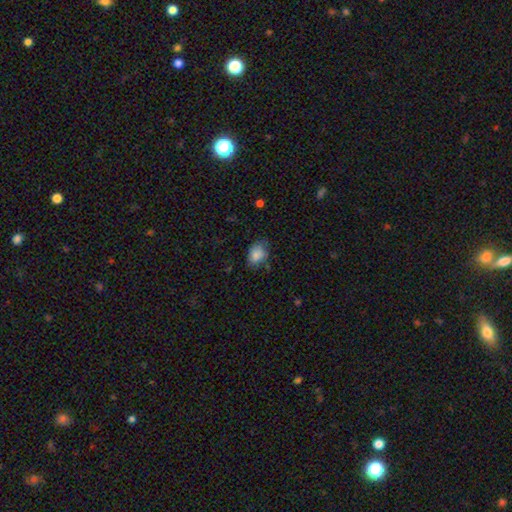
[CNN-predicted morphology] This is clearly a smooth galaxy (84%). How rounded: likely in between (77%). Merging: likely none (61%).